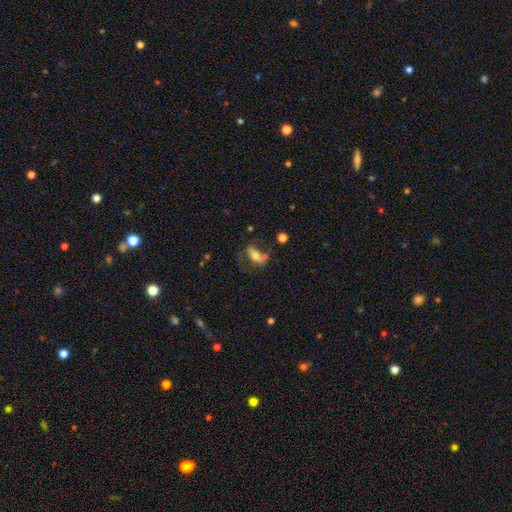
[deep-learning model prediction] Smooth or featured? smooth (52%)
How rounded? in between (80%)
Merging? none (38%)